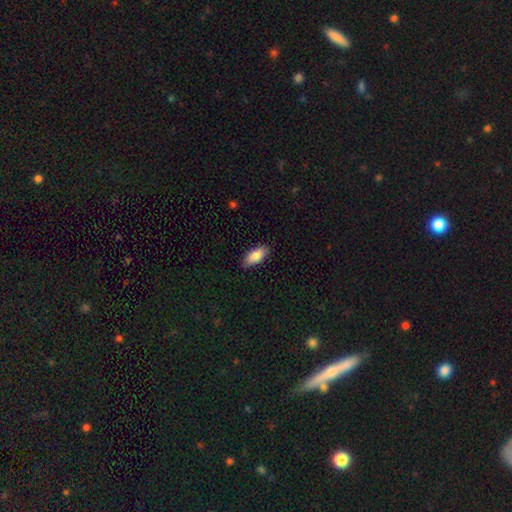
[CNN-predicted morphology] smooth_or_featured: smooth (p=0.84) [alt: featured or disk p=0.10]
how_rounded: in between (p=0.83) [alt: cigar-shaped p=0.15]
merging: none (p=0.86) [alt: minor disturbance p=0.11]